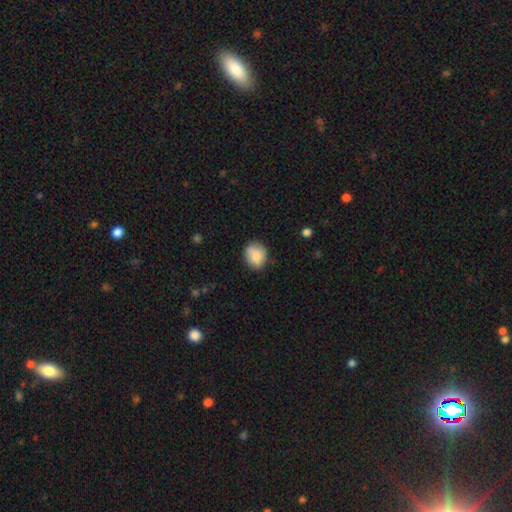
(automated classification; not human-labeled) Smooth or featured: smooth — 83% (featured or disk — 9%)
How rounded: round — 69% (in between — 30%)
Merging: none — 74% (minor disturbance — 20%)